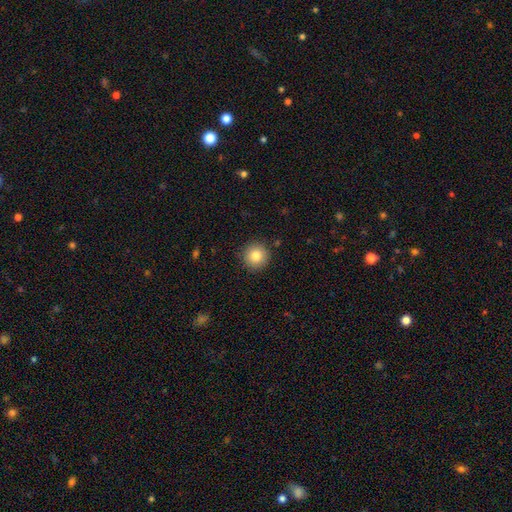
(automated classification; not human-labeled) Q: Smooth or featured?
A: smooth (84%); runner-up: star or artifact (9%)
Q: How rounded?
A: round (95%); runner-up: in between (4%)
Q: Merging?
A: none (90%); runner-up: minor disturbance (7%)